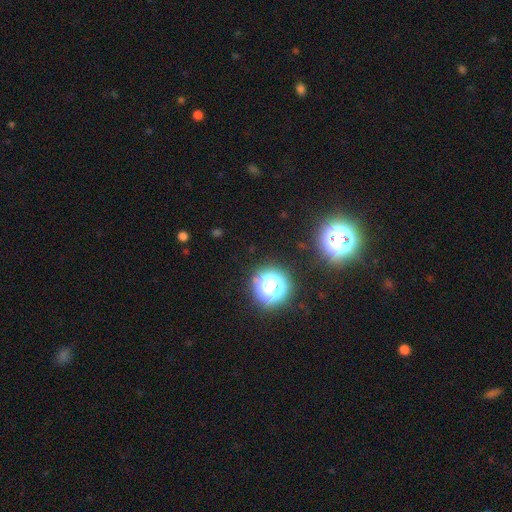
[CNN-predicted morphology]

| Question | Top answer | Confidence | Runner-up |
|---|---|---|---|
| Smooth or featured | star or artifact | 74% | smooth (21%) |